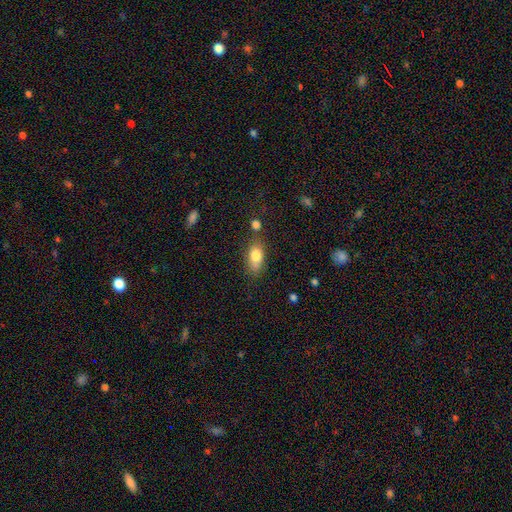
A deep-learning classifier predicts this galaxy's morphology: Smooth or featured?
  - smooth: 80% *
  - featured or disk: 12%
  - star or artifact: 8%
How rounded?
  - in between: 85% *
  - cigar-shaped: 8%
  - round: 7%
Merging?
  - none: 68% *
  - minor disturbance: 19%
  - merger: 8%
  - major disturbance: 5%